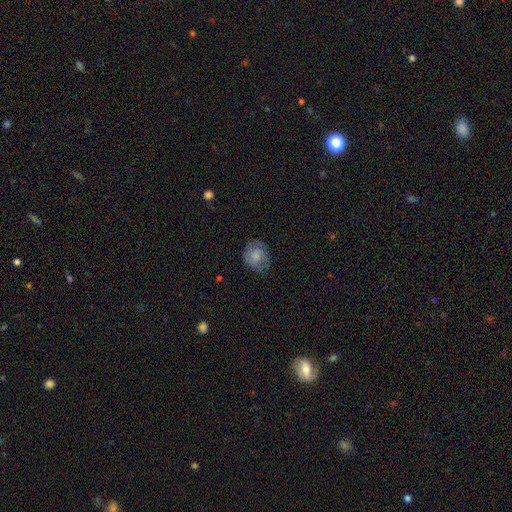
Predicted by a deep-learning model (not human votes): A smooth galaxy with no disk features (62%) that is round (63%). Merging: none (66%).